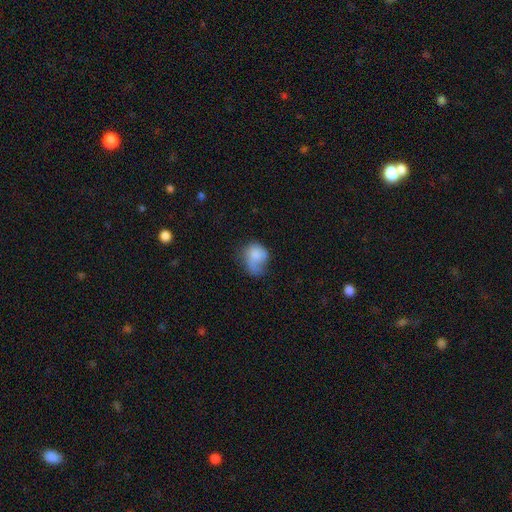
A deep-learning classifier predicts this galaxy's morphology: Q: Smooth or featured?
A: smooth (73%); runner-up: featured or disk (18%)
Q: How rounded?
A: in between (52%); runner-up: round (47%)
Q: Merging?
A: major disturbance (32%); runner-up: minor disturbance (31%)